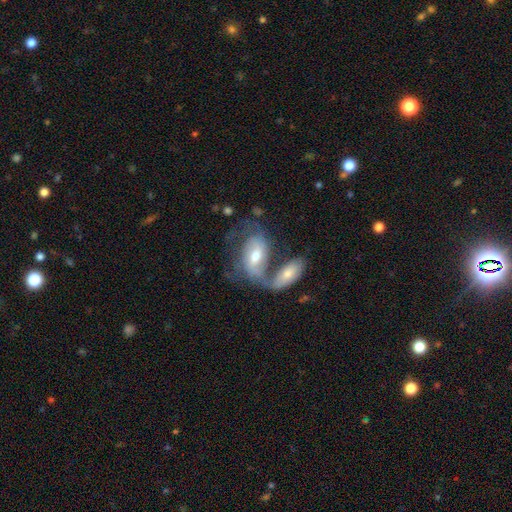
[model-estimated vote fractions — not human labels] Overall: featured or disk (60%; smooth 33%). Edge-on disk: no (92%). Bar: weak (45%; no 36%). Spiral arms: yes (74%). Bulge size: moderate (66%). Merging: merger (53%; none 21%).